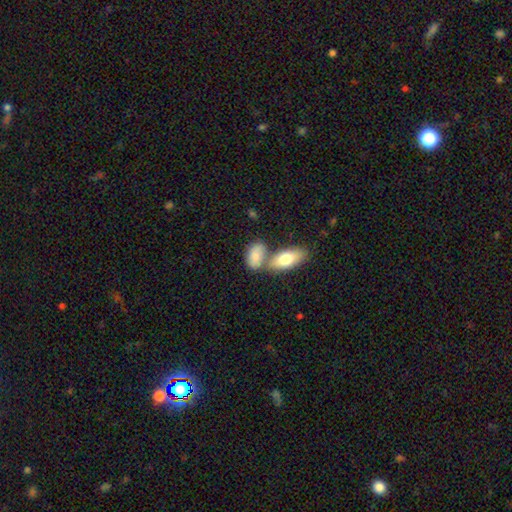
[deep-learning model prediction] Overall: smooth (79%). How rounded: in between (90%). Merging: merger (46%; none 37%).